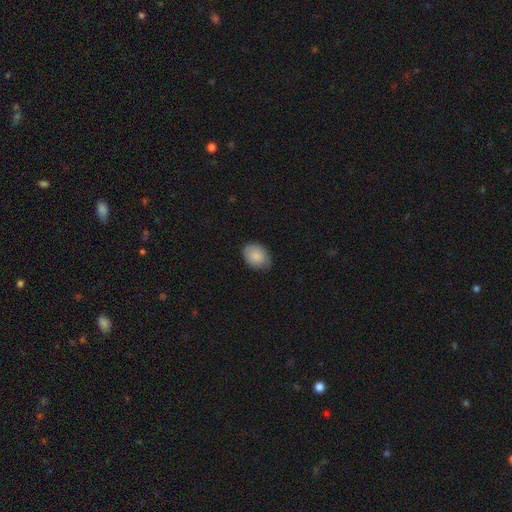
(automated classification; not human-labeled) A smooth galaxy with no disk features (87%) that is in between round and cigar-shaped (69%). Merging: none (78%).